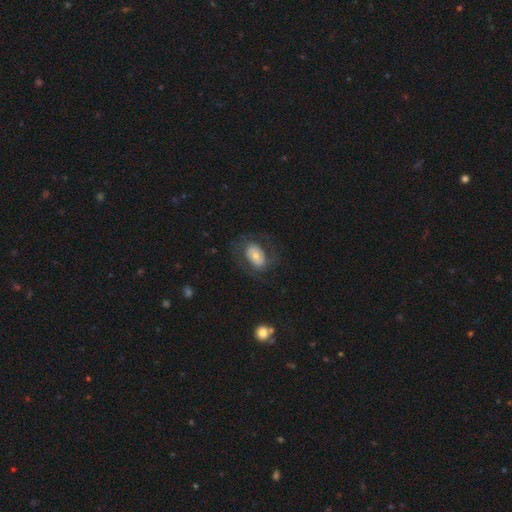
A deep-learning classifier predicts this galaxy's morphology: smooth_or_featured: featured or disk (p=0.47) [alt: smooth p=0.46]
merging: none (p=0.65) [alt: major disturbance p=0.17]